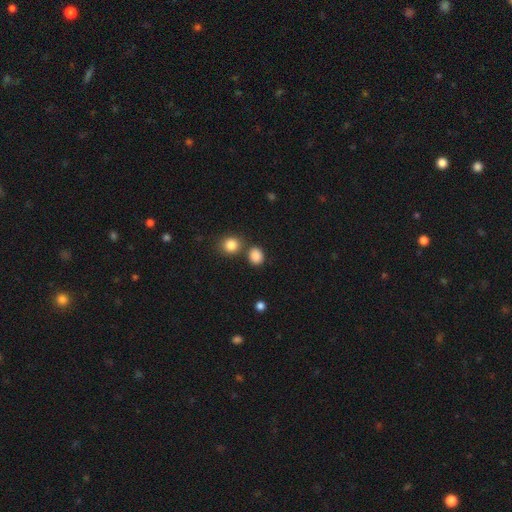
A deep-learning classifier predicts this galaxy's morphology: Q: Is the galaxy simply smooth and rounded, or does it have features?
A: smooth — 86%.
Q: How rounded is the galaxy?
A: round — 63%.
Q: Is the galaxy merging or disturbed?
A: none — 72%.